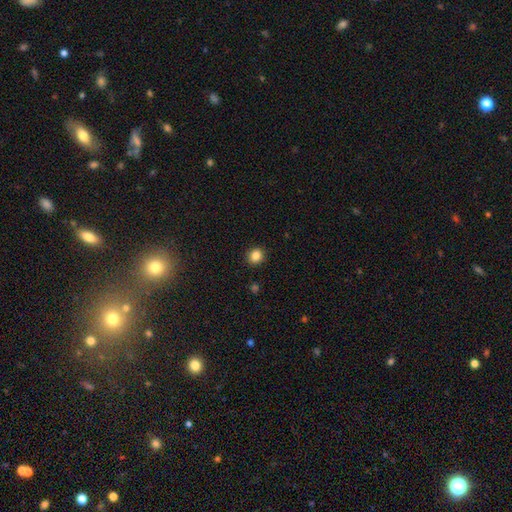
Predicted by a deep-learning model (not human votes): smooth 84%, star or artifact 11%, featured or disk 4%. Down the decision tree: how rounded — round (86%); merging — none (91%).